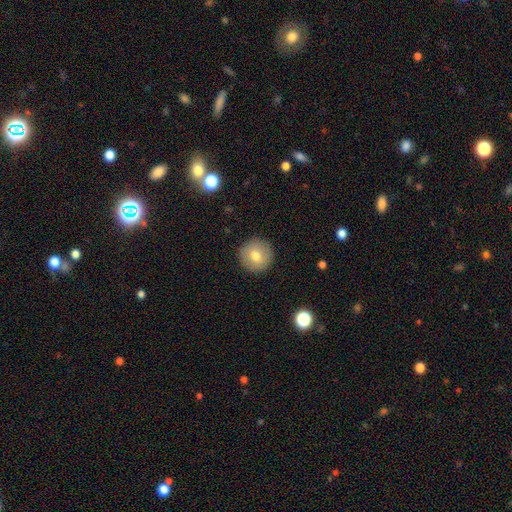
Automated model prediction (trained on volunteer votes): A smooth galaxy with no disk features (76%) that is round (96%).

Vote fractions:
- Smooth or featured? smooth: 76% / featured or disk: 15% / star or artifact: 8%
- How rounded? round: 96% / in between: 3% / cigar-shaped: 1%
- Merging? none: 92% / minor disturbance: 5% / major disturbance: 2% / merger: 1%